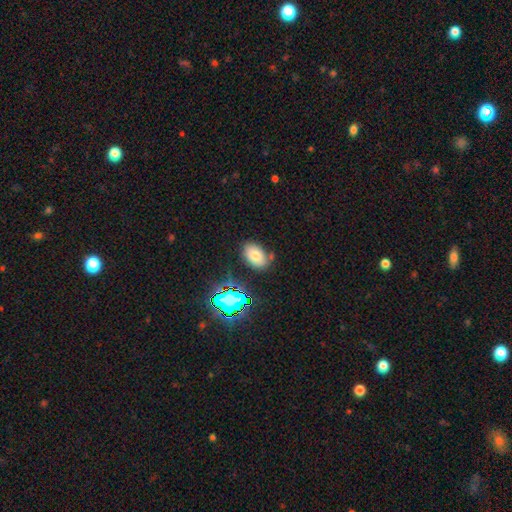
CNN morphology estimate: This is likely a smooth galaxy (71%). How rounded: clearly in between (88%). Merging: likely none (74%).